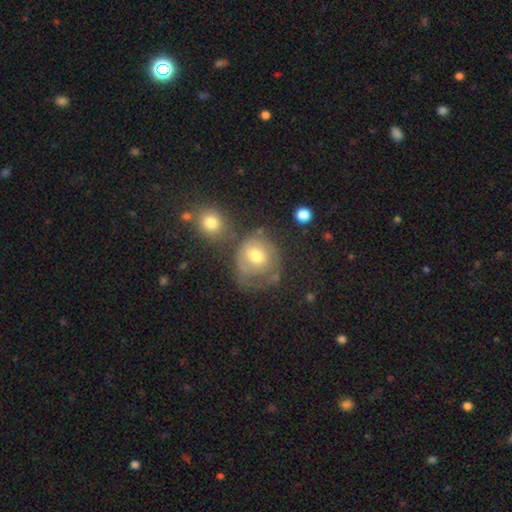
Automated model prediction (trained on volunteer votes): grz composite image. It shows a smooth galaxy with no disk features (59%) that is round (69%). Merging: none (35%).